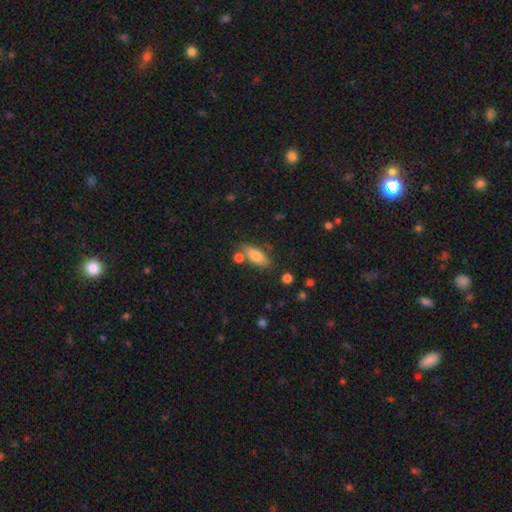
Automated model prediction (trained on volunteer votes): A smooth galaxy with no disk features (79%) that is in between round and cigar-shaped (79%). Merging: none (69%).